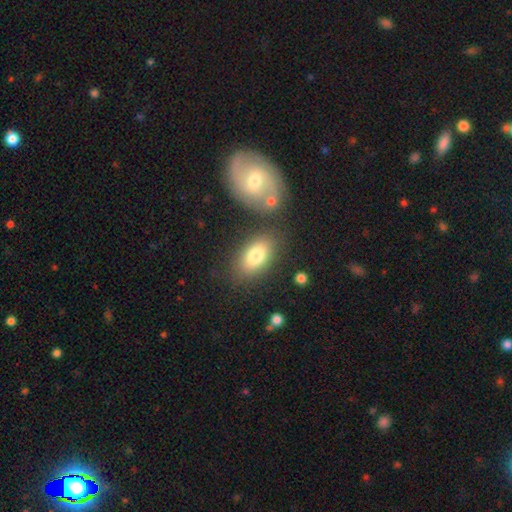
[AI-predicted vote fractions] Overall: smooth (78%). How rounded: in between (88%). Merging: none (77%).